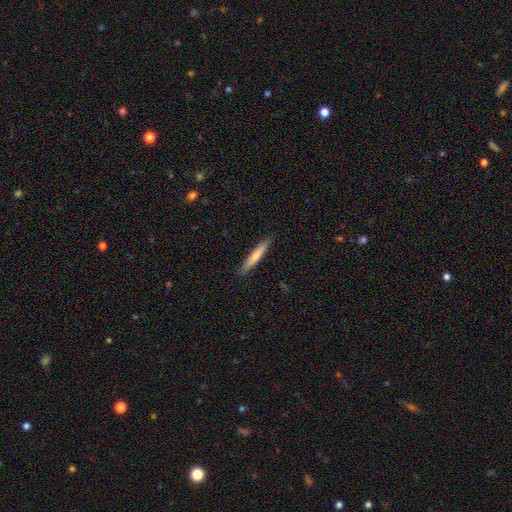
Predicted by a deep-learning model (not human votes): Q: Smooth or featured?
A: smooth (73%); runner-up: featured or disk (22%)
Q: How rounded?
A: cigar-shaped (94%); runner-up: in between (5%)
Q: Merging?
A: none (90%); runner-up: minor disturbance (8%)